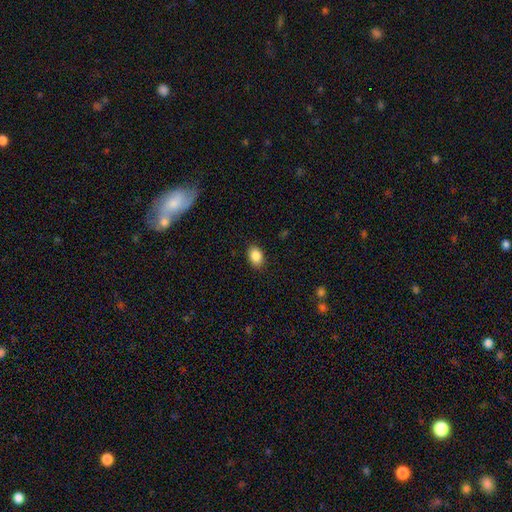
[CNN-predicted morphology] smooth 87%, star or artifact 8%, featured or disk 5%. Down the decision tree: how rounded — in between (80%); merging — none (89%).